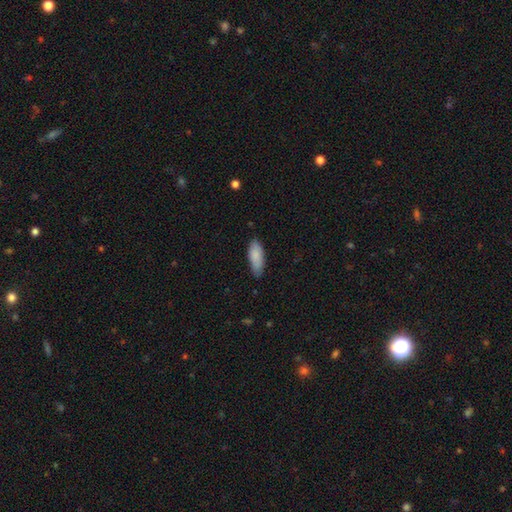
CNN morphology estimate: Q: Smooth or featured?
A: smooth (86%); runner-up: featured or disk (8%)
Q: How rounded?
A: in between (77%); runner-up: cigar-shaped (21%)
Q: Merging?
A: none (74%); runner-up: minor disturbance (22%)